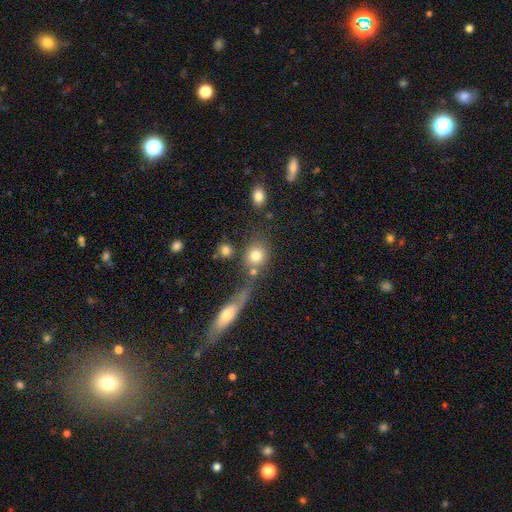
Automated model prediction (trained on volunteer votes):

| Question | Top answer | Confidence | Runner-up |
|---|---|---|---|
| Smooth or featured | smooth | 78% | featured or disk (11%) |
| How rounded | round | 74% | in between (24%) |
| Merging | none | 53% | merger (28%) |